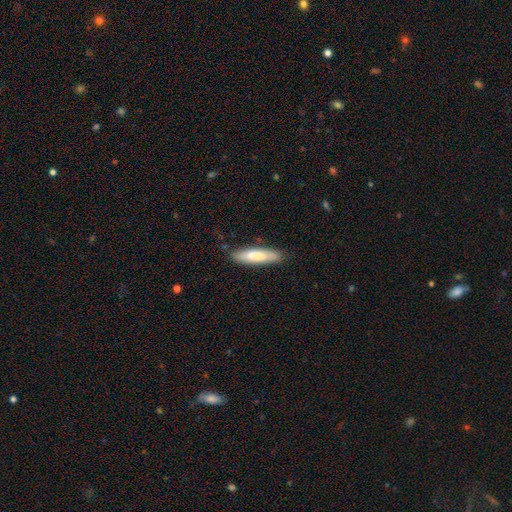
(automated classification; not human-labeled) Smooth or featured: smooth — 77% (featured or disk — 18%)
How rounded: cigar-shaped — 77% (in between — 22%)
Merging: none — 84% (minor disturbance — 12%)